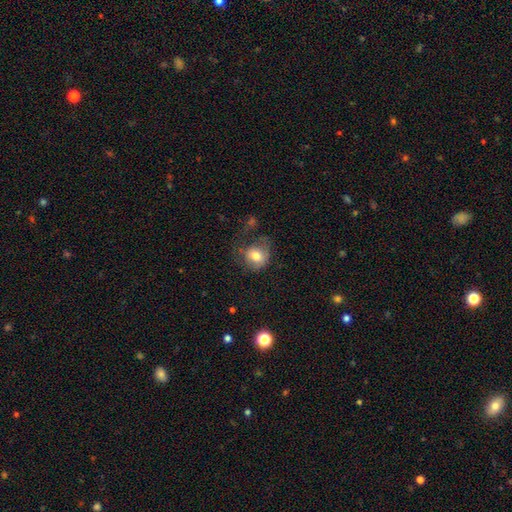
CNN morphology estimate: Overall: smooth (75%). How rounded: round (67%; in between 32%). Merging: none (40%; major disturbance 30%).